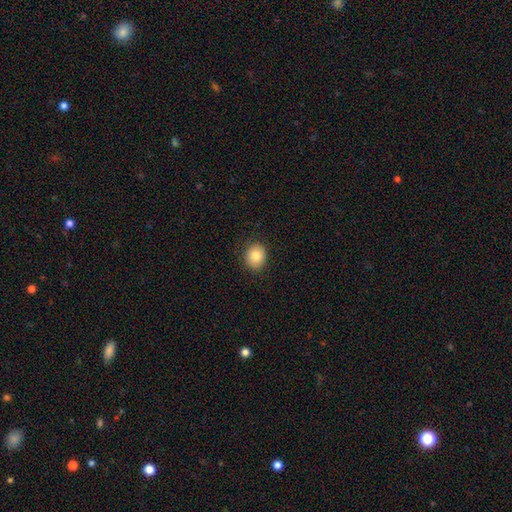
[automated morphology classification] smooth-or-featured: smooth: 84% | star or artifact: 9% | featured or disk: 7%
  how-rounded: round: 68% | in between: 31% | cigar-shaped: 1%
  merging: none: 89% | minor disturbance: 8% | major disturbance: 2% | merger: 1%